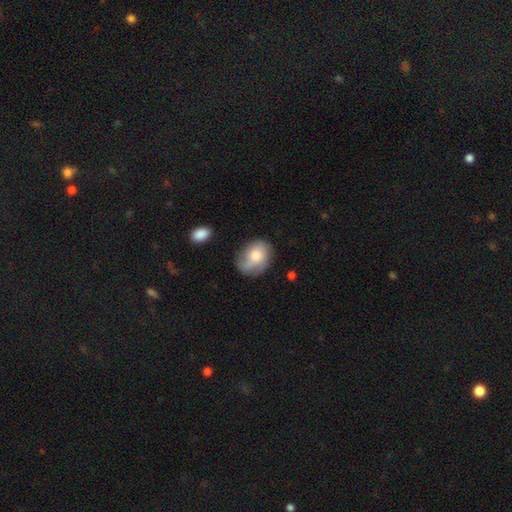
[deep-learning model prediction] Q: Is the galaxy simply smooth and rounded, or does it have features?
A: smooth — 61%.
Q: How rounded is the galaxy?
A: in between — 60%.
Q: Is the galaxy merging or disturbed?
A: none — 61%.